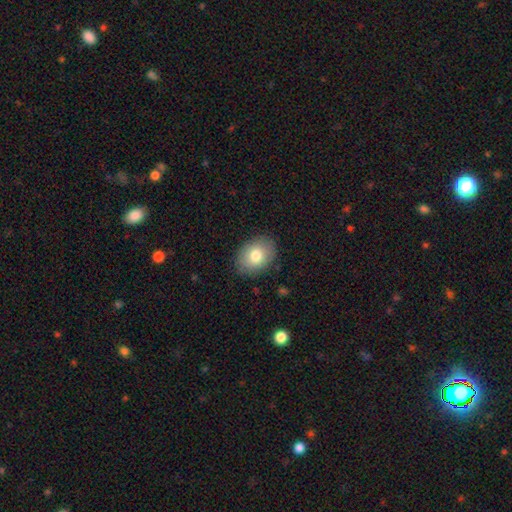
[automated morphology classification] The model was most divided on "how rounded": in between: 75%, round: 24%, cigar-shaped: 1%. More confident: merging — none (86%); smooth or featured — smooth (80%).